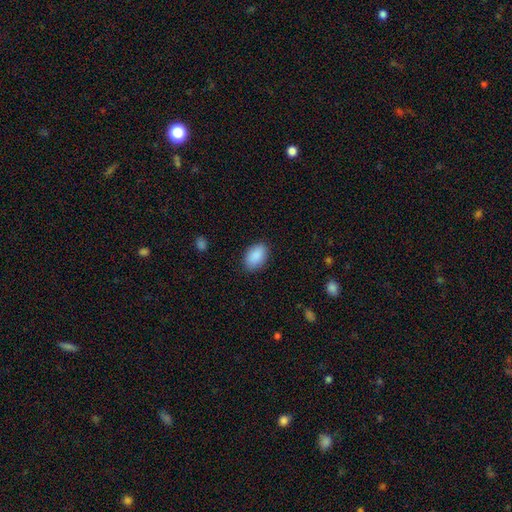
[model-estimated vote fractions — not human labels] A smooth galaxy with no disk features (90%) that is in between round and cigar-shaped (90%).

Vote fractions:
- Smooth or featured? smooth: 90% / star or artifact: 6% / featured or disk: 4%
- How rounded? in between: 90% / round: 9% / cigar-shaped: 1%
- Merging? none: 85% / minor disturbance: 11% / major disturbance: 3% / merger: 1%